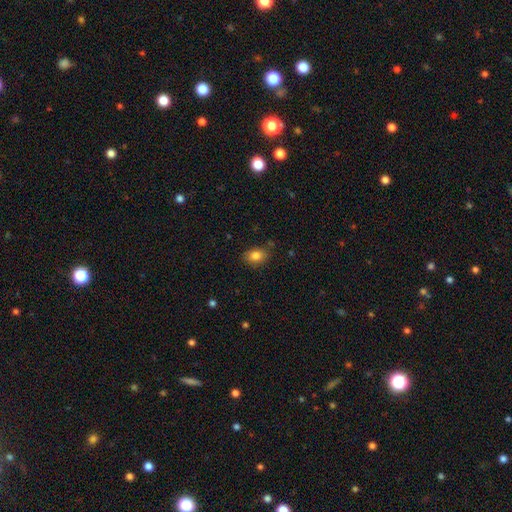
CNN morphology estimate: smooth 83%, star or artifact 10%, featured or disk 7%. Down the decision tree: how rounded — in between (72%); merging — none (83%).